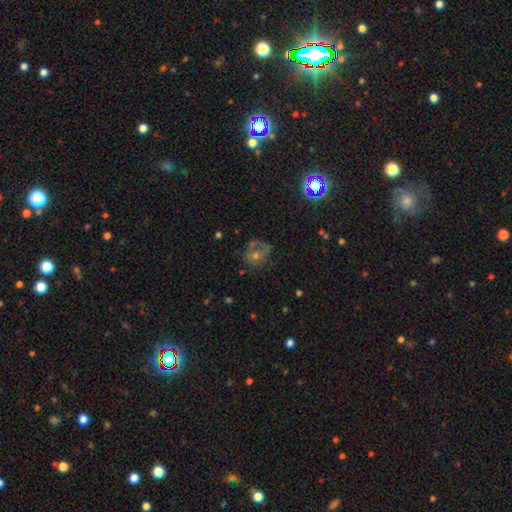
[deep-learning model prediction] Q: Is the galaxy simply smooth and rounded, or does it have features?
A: featured or disk — 42%.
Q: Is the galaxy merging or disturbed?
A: none — 52%.